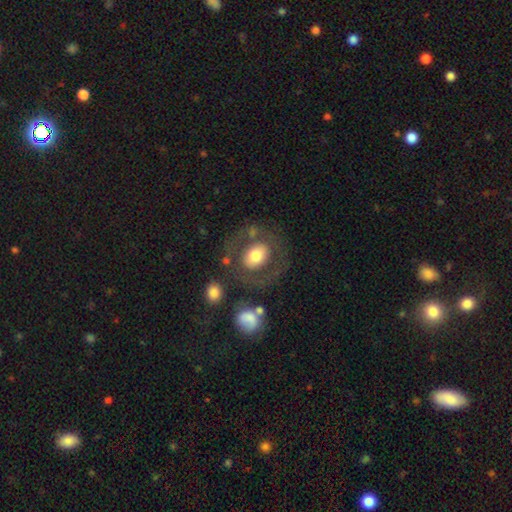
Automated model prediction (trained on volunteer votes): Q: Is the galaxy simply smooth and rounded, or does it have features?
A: smooth — 56%.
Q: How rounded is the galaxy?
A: round — 58%.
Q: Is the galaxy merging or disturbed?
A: none — 70%.